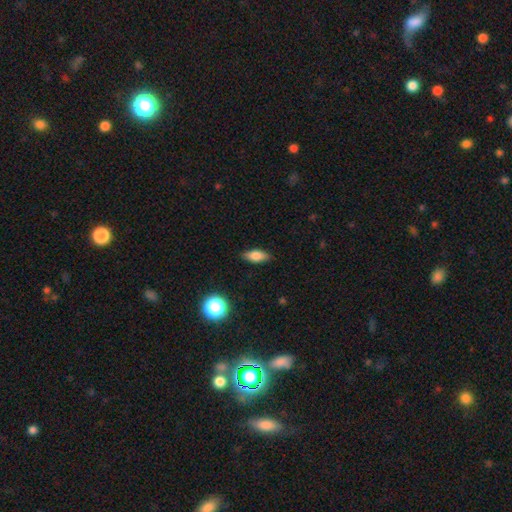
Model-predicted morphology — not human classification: Smooth or featured? Predicted: smooth (p=0.76). How rounded? Predicted: in between (p=0.77). Merging? Predicted: none (p=0.87).